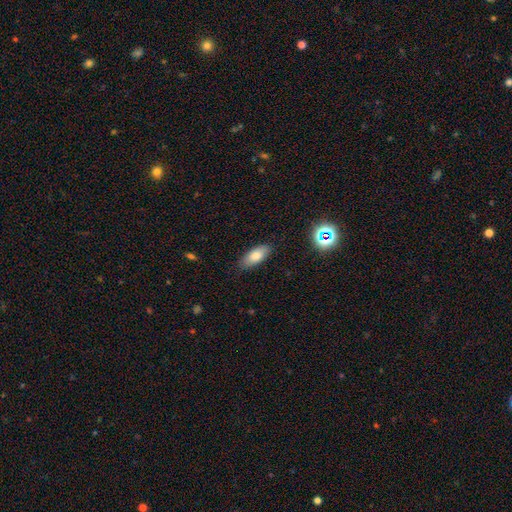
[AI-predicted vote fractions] Smooth or featured?
  - smooth: 78% *
  - featured or disk: 13%
  - star or artifact: 9%
How rounded?
  - in between: 82% *
  - cigar-shaped: 15%
  - round: 3%
Merging?
  - none: 84% *
  - minor disturbance: 13%
  - major disturbance: 3%
  - merger: 1%